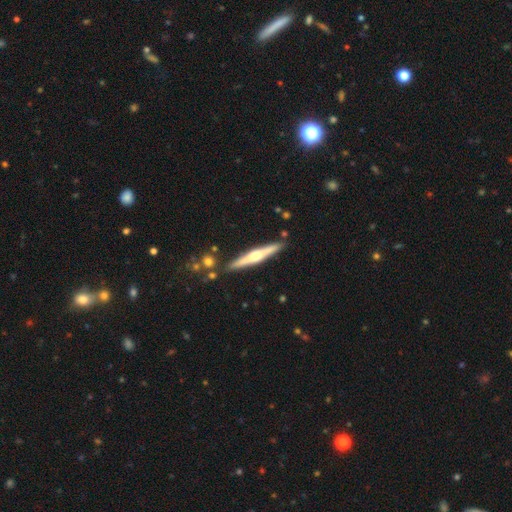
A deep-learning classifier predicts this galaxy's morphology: This is likely a featured or disk galaxy (65%). It is clearly viewed edge-on (97%). Edge-on bulge: clearly rounded (86%). Merging: clearly none (87%).